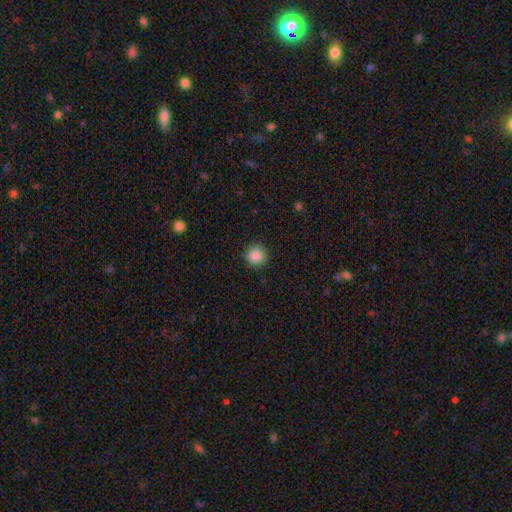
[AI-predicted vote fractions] Overall: smooth (87%). How rounded: round (94%). Merging: none (89%).